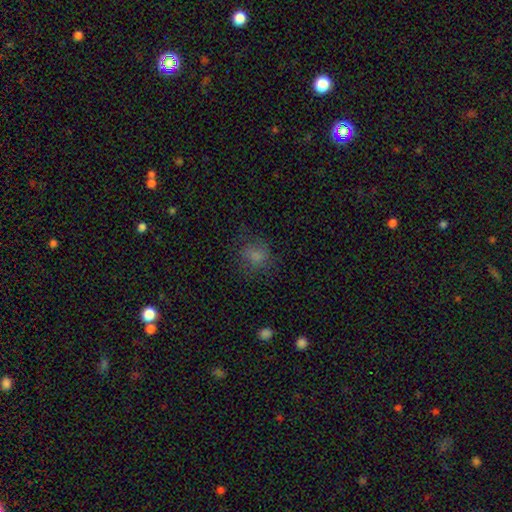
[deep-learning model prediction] Smooth or featured? smooth (73%)
How rounded? round (73%)
Merging? none (68%)